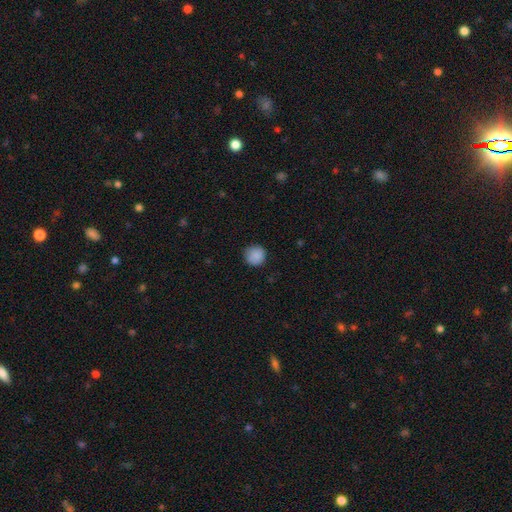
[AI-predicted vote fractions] smooth-or-featured: smooth: 88% | star or artifact: 8% | featured or disk: 4%
  how-rounded: round: 94% | in between: 5% | cigar-shaped: 1%
  merging: none: 88% | minor disturbance: 9% | major disturbance: 2% | merger: 1%